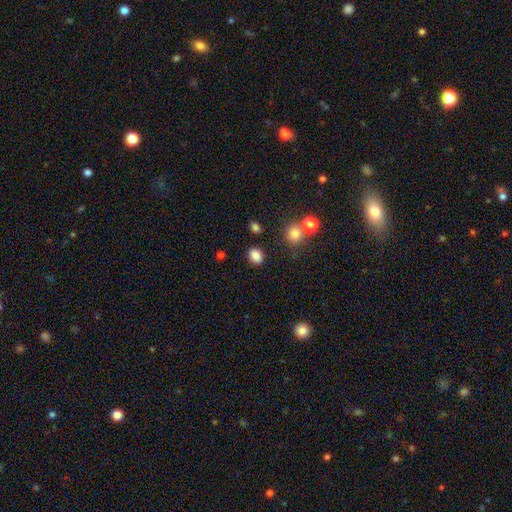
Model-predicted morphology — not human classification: Overall: smooth (85%). How rounded: in between (58%; round 41%). Merging: none (84%).